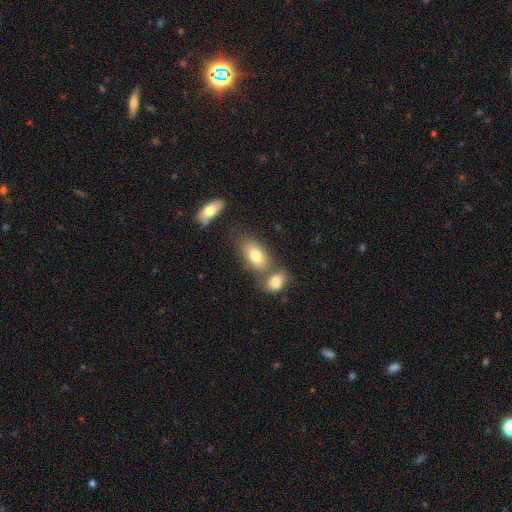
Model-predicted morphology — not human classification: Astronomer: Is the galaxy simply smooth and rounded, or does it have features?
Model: smooth — 78%.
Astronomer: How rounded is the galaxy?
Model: in between — 90%.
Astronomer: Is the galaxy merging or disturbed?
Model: none — 47% (runner-up: merger, 36%).